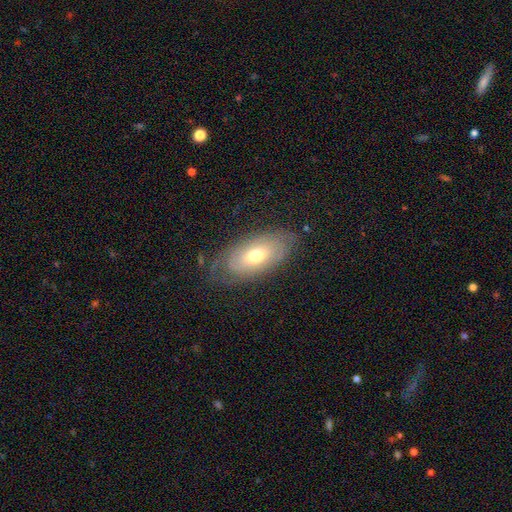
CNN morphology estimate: Smooth or featured? Predicted: smooth (p=0.46, tied with featured or disk). Merging? Predicted: none (p=0.71).